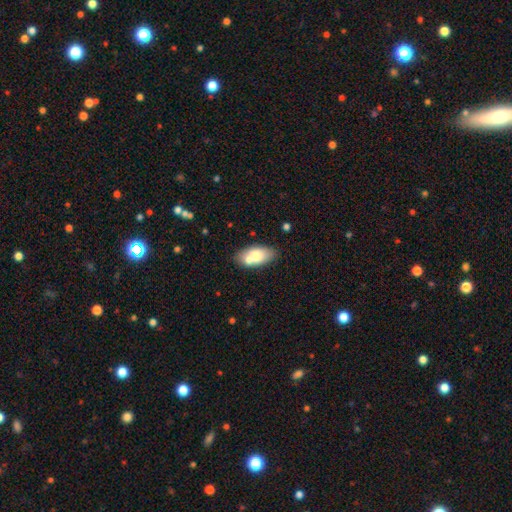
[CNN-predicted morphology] The model was most divided on "merging": none: 63%, merger: 19%, minor disturbance: 14%, major disturbance: 4%. More confident: how rounded — in between (91%); smooth or featured — smooth (71%).